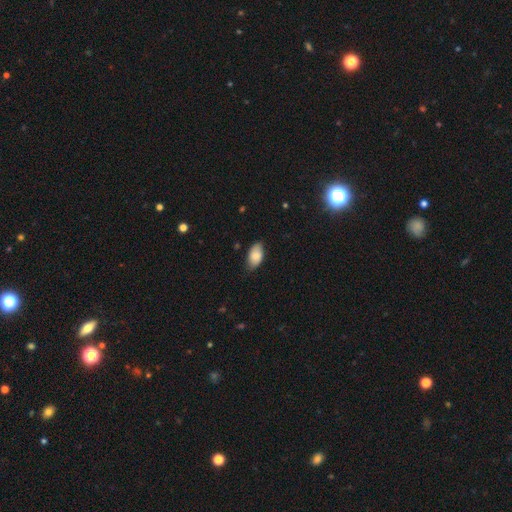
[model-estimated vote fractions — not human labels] Smooth or featured: smooth — 84% (featured or disk — 10%)
How rounded: in between — 94% (round — 4%)
Merging: none — 76% (minor disturbance — 20%)